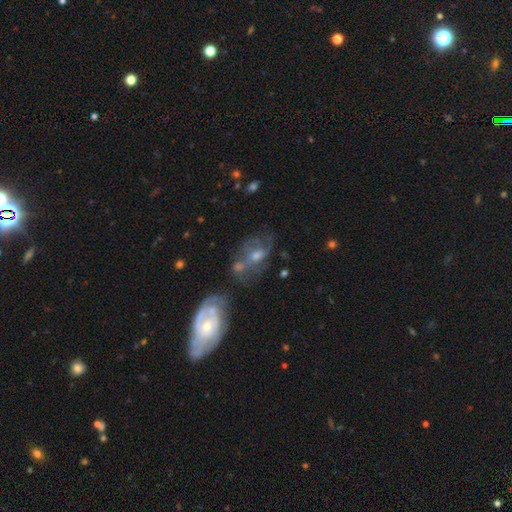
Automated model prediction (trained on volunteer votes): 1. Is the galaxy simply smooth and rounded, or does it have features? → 65% featured or disk, 22% smooth, 13% star or artifact.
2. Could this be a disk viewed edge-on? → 94% no, 6% yes.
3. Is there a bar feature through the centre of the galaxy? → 62% no, 30% weak, 8% strong.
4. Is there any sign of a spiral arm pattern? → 69% yes, 31% no.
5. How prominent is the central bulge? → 50% moderate, 39% small, 5% none, 5% large, 1% dominant.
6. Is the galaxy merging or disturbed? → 40% none, 28% merger, 17% minor disturbance, 15% major disturbance.